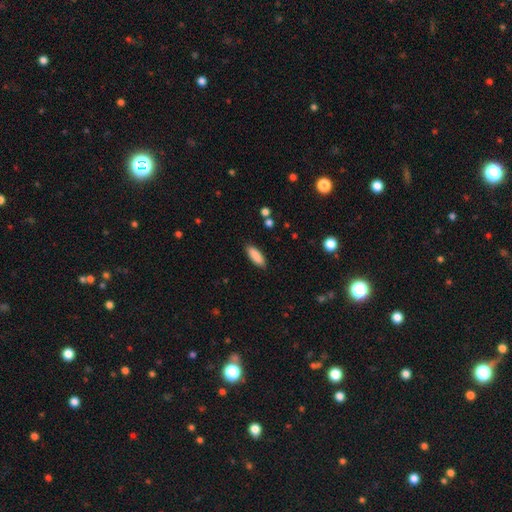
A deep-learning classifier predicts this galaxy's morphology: A smooth galaxy with no disk features (88%) that is in between round and cigar-shaped (66%). Merging: none (88%).